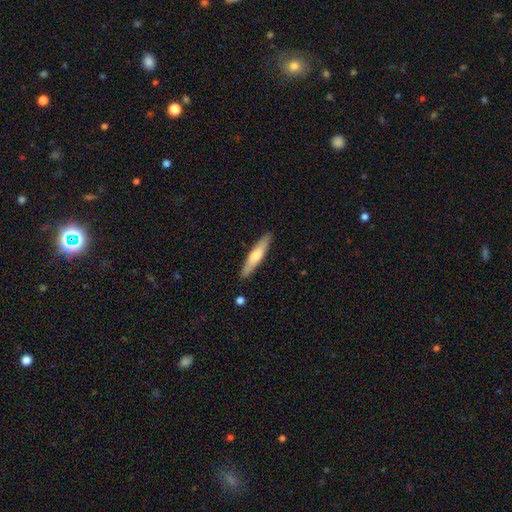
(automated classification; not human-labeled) This is possibly a smooth galaxy (57%). How rounded: clearly cigar-shaped (88%). Merging: clearly none (88%).